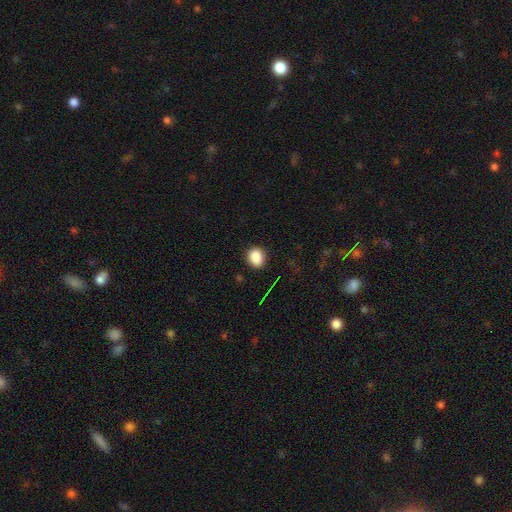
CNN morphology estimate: smooth 87%, star or artifact 10%, featured or disk 3%. Down the decision tree: how rounded — round (56%); merging — none (87%).